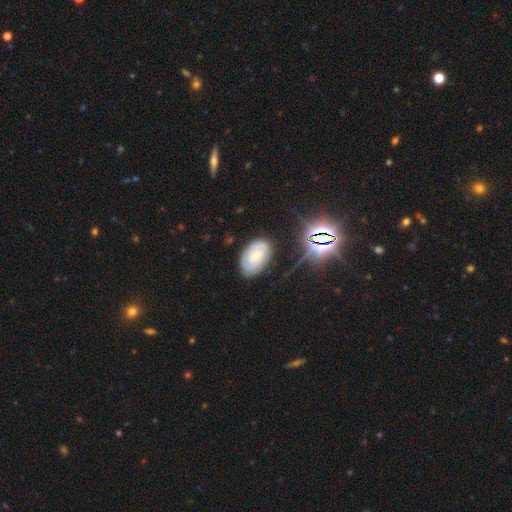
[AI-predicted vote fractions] smooth-or-featured: featured or disk: 58% | smooth: 31% | star or artifact: 11%
  disk-edge-on: no: 95% | yes: 5%
    bar: no: 70% | weak: 24% | strong: 6%
    has-spiral-arms: yes: 81% | no: 19%
    bulge-size: small: 66% | moderate: 28% | none: 4% | large: 2% | dominant: 1%
  merging: none: 77% | minor disturbance: 17% | major disturbance: 5% | merger: 2%